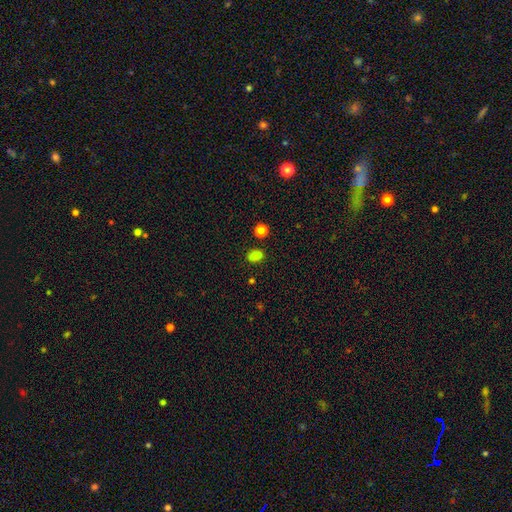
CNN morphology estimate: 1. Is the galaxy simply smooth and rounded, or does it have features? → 79% smooth, 17% star or artifact, 4% featured or disk.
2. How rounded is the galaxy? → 68% in between, 30% round, 2% cigar-shaped.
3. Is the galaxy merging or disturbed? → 77% none, 13% minor disturbance, 6% merger, 4% major disturbance.